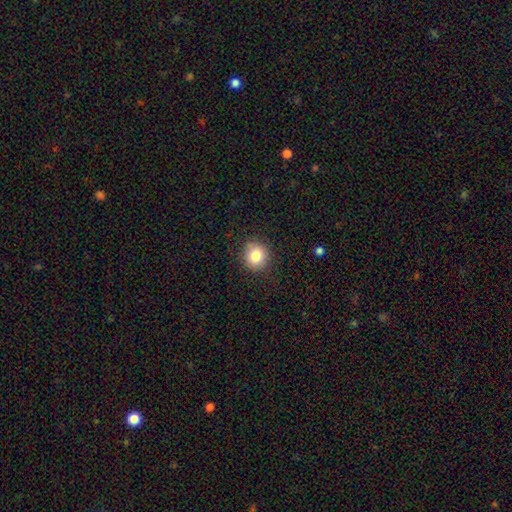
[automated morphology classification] A smooth galaxy with no disk features (83%) that is round (89%).

Vote fractions:
- Smooth or featured? smooth: 83% / star or artifact: 10% / featured or disk: 7%
- How rounded? round: 89% / in between: 10% / cigar-shaped: 1%
- Merging? none: 88% / minor disturbance: 8% / major disturbance: 2% / merger: 1%